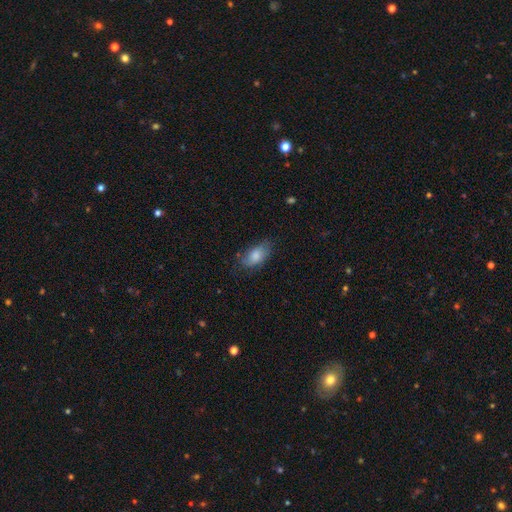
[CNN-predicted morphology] Smooth or featured?
  - smooth: 78% *
  - featured or disk: 15%
  - star or artifact: 7%
How rounded?
  - in between: 91% *
  - cigar-shaped: 5%
  - round: 4%
Merging?
  - none: 64% *
  - minor disturbance: 26%
  - major disturbance: 8%
  - merger: 2%